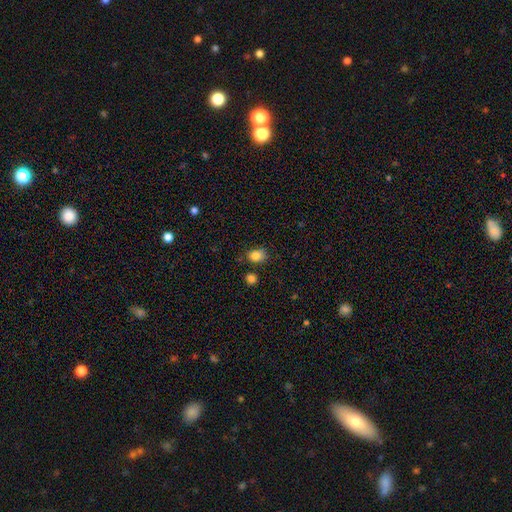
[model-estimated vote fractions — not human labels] The model was most divided on "how rounded": in between: 56%, round: 43%, cigar-shaped: 1%. More confident: smooth or featured — smooth (84%); merging — none (74%).